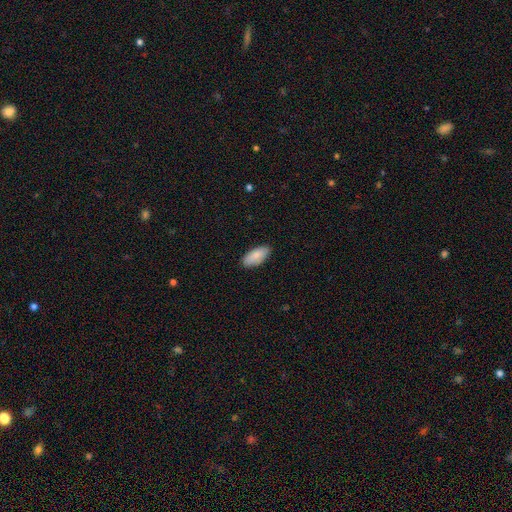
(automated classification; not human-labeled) This is clearly a smooth galaxy (88%). How rounded: clearly in between (89%). Merging: clearly none (88%).